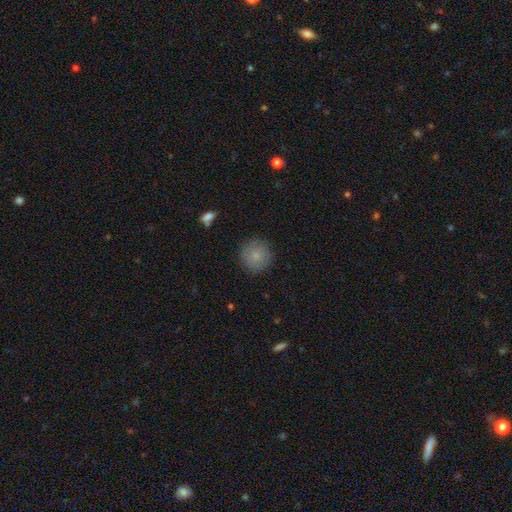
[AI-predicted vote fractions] smooth_or_featured: smooth (p=0.83) [alt: featured or disk p=0.09]
how_rounded: round (p=0.93) [alt: in between p=0.06]
merging: none (p=0.86) [alt: minor disturbance p=0.10]